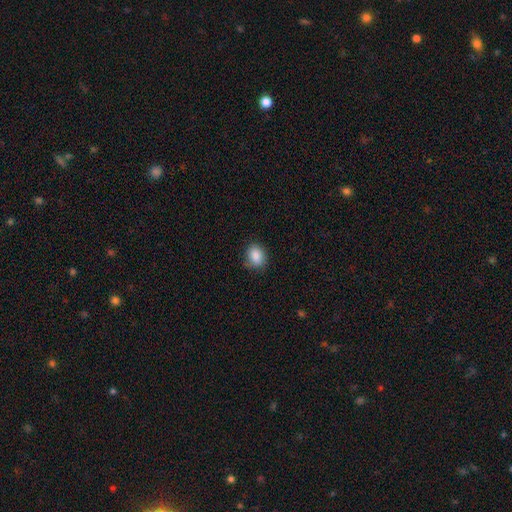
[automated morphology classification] A smooth galaxy with no disk features (87%) that is in between round and cigar-shaped (62%).

Vote fractions:
- Smooth or featured? smooth: 87% / star or artifact: 9% / featured or disk: 4%
- How rounded? in between: 62% / round: 37% / cigar-shaped: 1%
- Merging? none: 80% / minor disturbance: 16% / major disturbance: 3% / merger: 1%